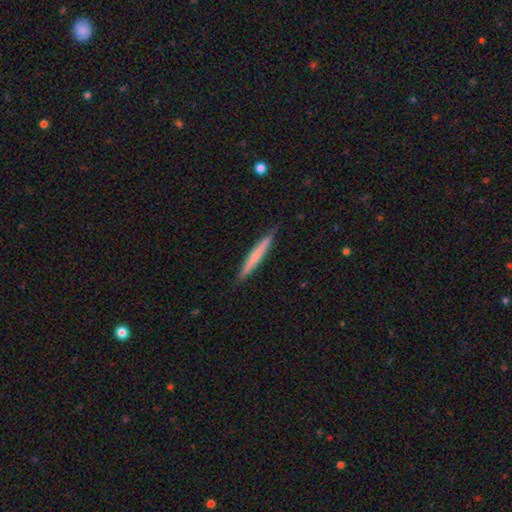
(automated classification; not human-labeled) This appears to be a smooth galaxy with no disk features (58%) that is cigar-shaped (96%). Merging: none (88%).